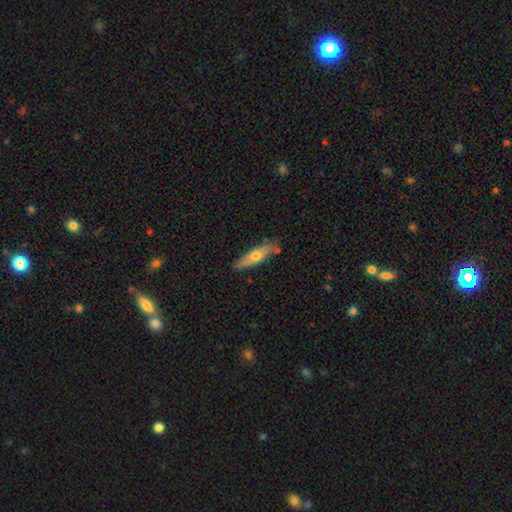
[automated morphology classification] smooth 56%, featured or disk 38%, star or artifact 6%. Down the decision tree: how rounded — cigar-shaped (68%); merging — none (82%).